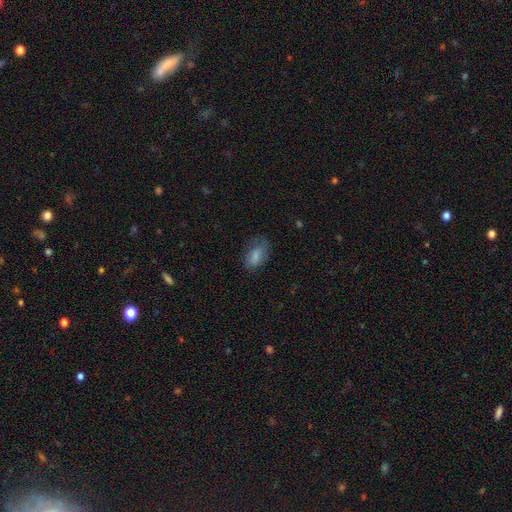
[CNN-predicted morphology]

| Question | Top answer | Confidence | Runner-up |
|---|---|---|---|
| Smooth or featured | smooth | 82% | featured or disk (11%) |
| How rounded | in between | 90% | round (5%) |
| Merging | none | 64% | minor disturbance (25%) |